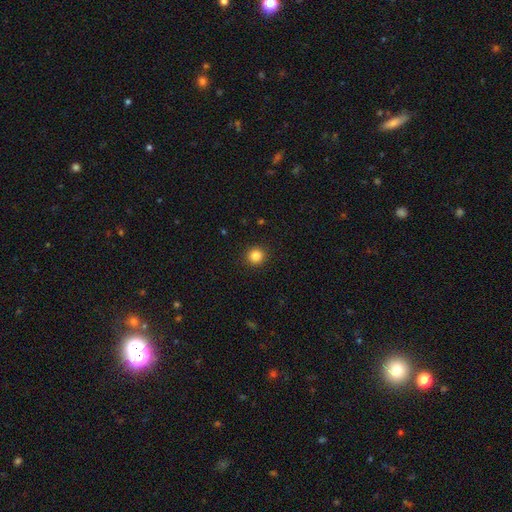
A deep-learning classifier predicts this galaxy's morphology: type=smooth (84%); roundness=round (94%); merging=none (92%).